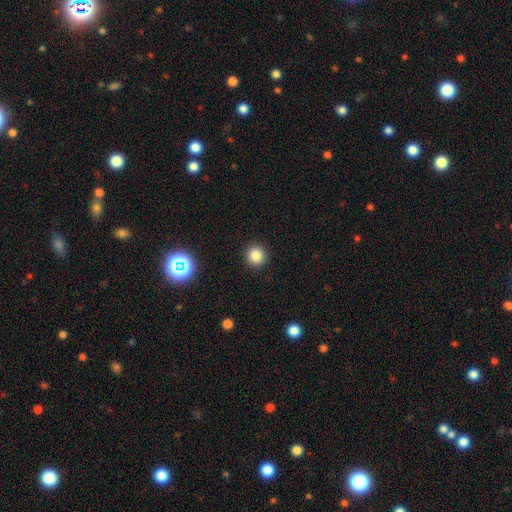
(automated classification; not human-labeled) smooth-or-featured: smooth: 82% | star or artifact: 13% | featured or disk: 5%
  how-rounded: round: 94% | in between: 5% | cigar-shaped: 1%
  merging: none: 92% | minor disturbance: 5% | major disturbance: 2% | merger: 1%